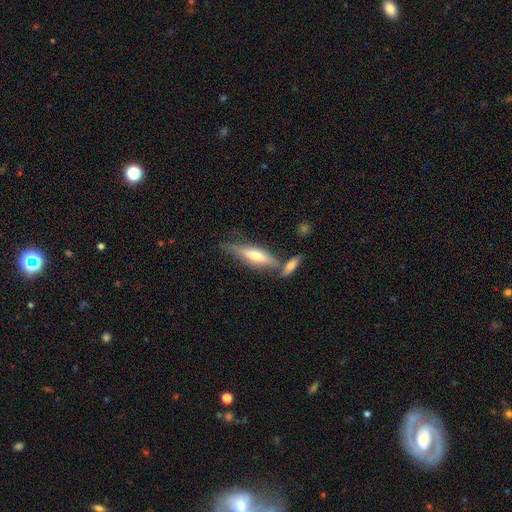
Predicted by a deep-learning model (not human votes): A featured or disk galaxy (52%) viewed edge-on (88%).

Vote fractions:
- Smooth or featured? featured or disk: 52% / smooth: 42% / star or artifact: 6%
- Edge-on disk? yes: 88% / no: 12%
- Merging? none: 58% / merger: 20% / minor disturbance: 17% / major disturbance: 5%